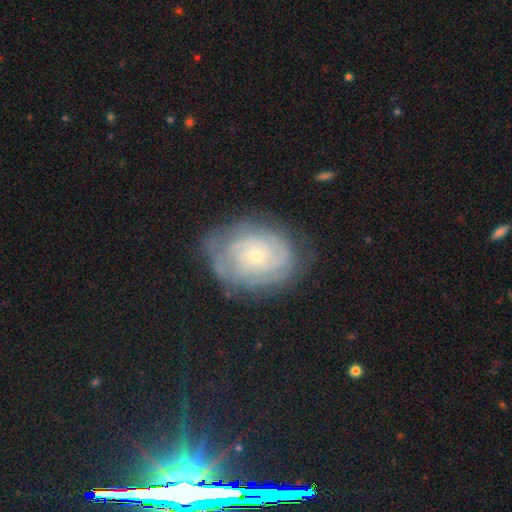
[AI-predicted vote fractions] Q: Smooth or featured?
A: featured or disk (77%); runner-up: smooth (15%)
Q: Edge-on disk?
A: no (97%); runner-up: yes (3%)
Q: Bar?
A: no (80%); runner-up: weak (16%)
Q: Spiral arms?
A: yes (91%); runner-up: no (9%)
Q: Spiral winding?
A: tight (77%); runner-up: medium (19%)
Q: Spiral arm count?
A: can't tell (45%); runner-up: 2 (19%)
Q: Bulge size?
A: small (76%); runner-up: moderate (20%)
Q: Merging?
A: none (73%); runner-up: minor disturbance (19%)